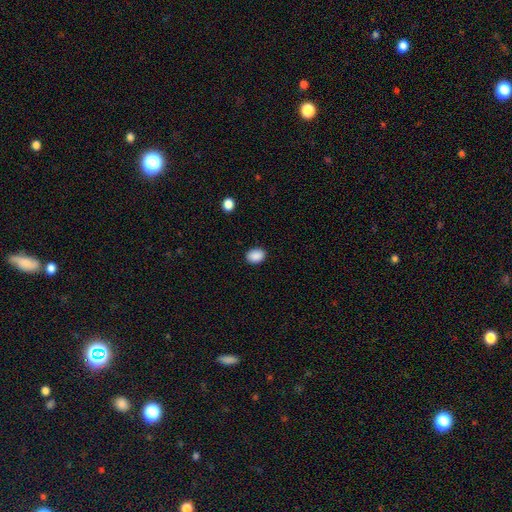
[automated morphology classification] A smooth galaxy with no disk features (90%) that is in between round and cigar-shaped (72%). Merging: none (89%).